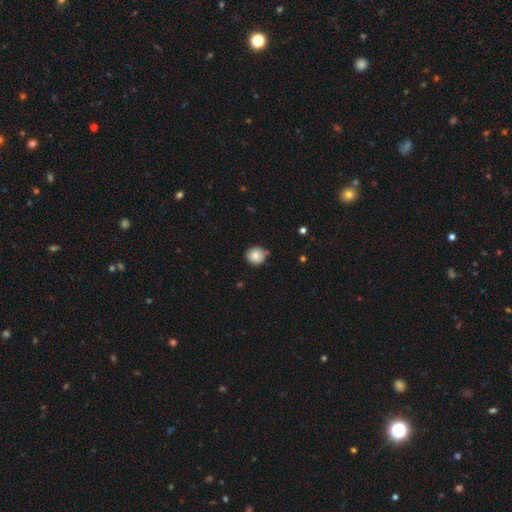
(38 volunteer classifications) Morphology: type=smooth (87%); roundness=round (88%); merging=none (78%).